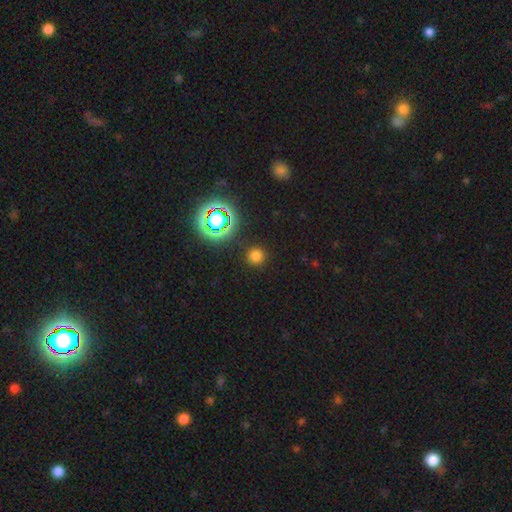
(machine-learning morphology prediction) Smooth or featured? smooth (72%)
How rounded? round (94%)
Merging? none (89%)